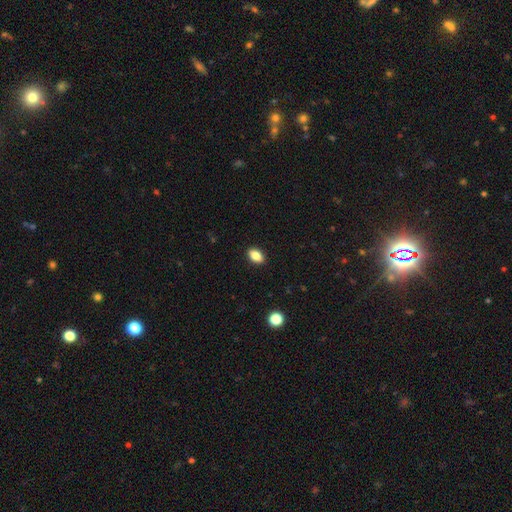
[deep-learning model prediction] Overall: smooth (86%). How rounded: in between (89%). Merging: none (90%).